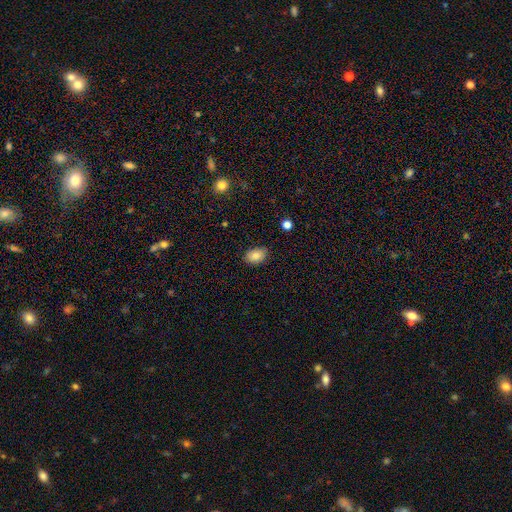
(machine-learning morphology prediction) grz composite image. It shows a smooth galaxy with no disk features (84%) that is in between round and cigar-shaped (84%). Merging: none (79%).